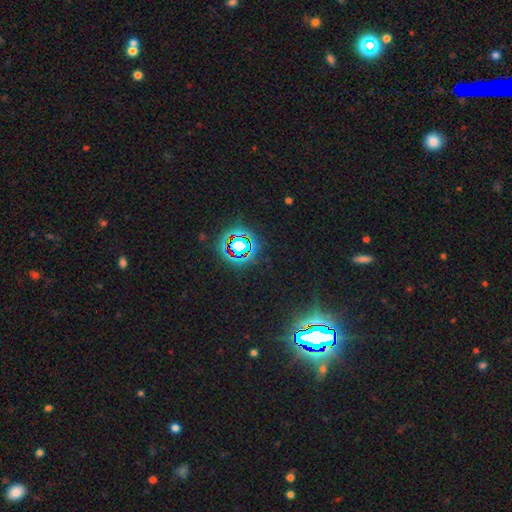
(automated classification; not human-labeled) Overall: star or artifact (82%).